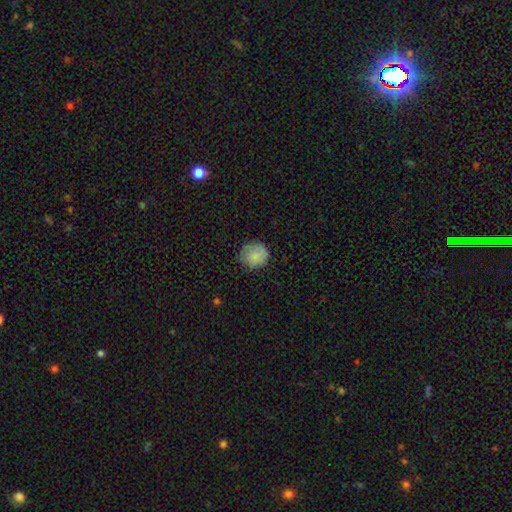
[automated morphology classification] The model was most divided on "merging": none: 74%, minor disturbance: 20%, major disturbance: 5%, merger: 1%. More confident: smooth or featured — smooth (83%); how rounded — round (82%).